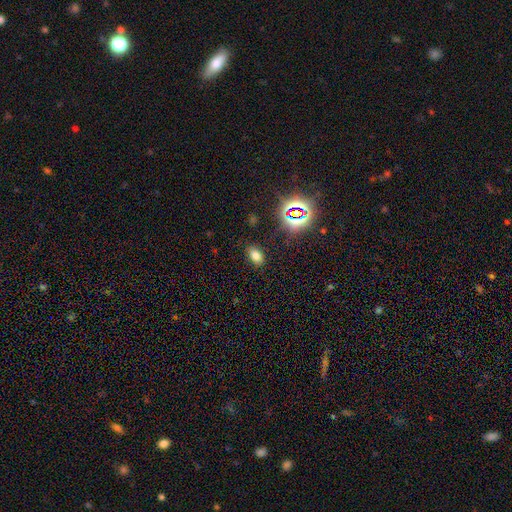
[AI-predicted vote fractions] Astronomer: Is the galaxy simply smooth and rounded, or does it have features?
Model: smooth — 72%.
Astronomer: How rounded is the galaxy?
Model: in between — 87%.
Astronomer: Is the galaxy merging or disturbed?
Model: none — 85%.